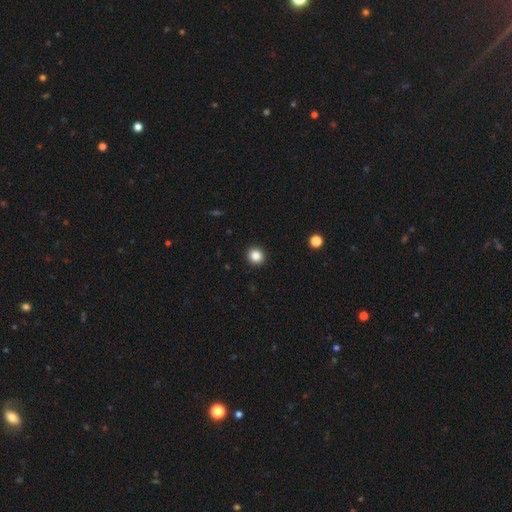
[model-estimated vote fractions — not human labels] The model was most divided on "smooth or featured": smooth: 84%, star or artifact: 11%, featured or disk: 4%. More confident: merging — none (93%); how rounded — round (91%).